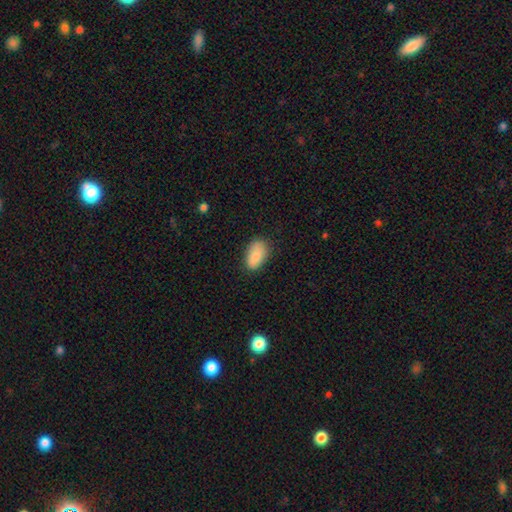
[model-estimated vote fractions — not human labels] Q: Smooth or featured?
A: smooth (85%); runner-up: featured or disk (8%)
Q: How rounded?
A: in between (92%); runner-up: round (6%)
Q: Merging?
A: none (79%); runner-up: minor disturbance (16%)